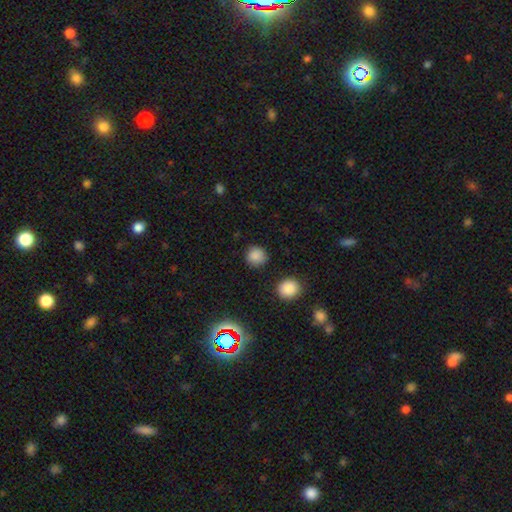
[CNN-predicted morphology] A smooth galaxy with no disk features (84%) that is round (92%). Merging: none (86%).